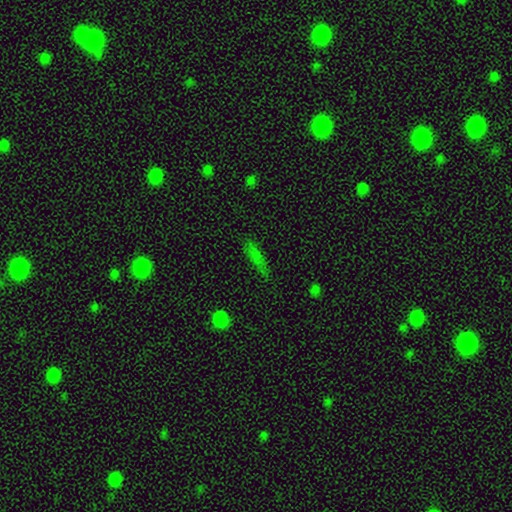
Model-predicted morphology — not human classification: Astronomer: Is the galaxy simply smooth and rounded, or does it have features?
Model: smooth — 57%.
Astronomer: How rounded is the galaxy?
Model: cigar-shaped — 66%.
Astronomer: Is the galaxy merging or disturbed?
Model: none — 76%.